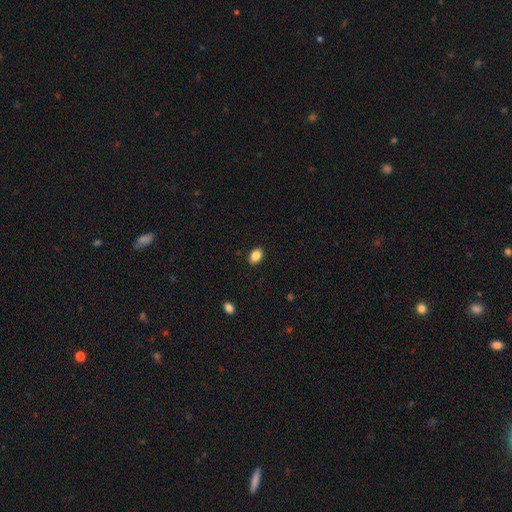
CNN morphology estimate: The model was most divided on "how rounded": in between: 78%, round: 20%, cigar-shaped: 1%. More confident: merging — none (89%); smooth or featured — smooth (86%).